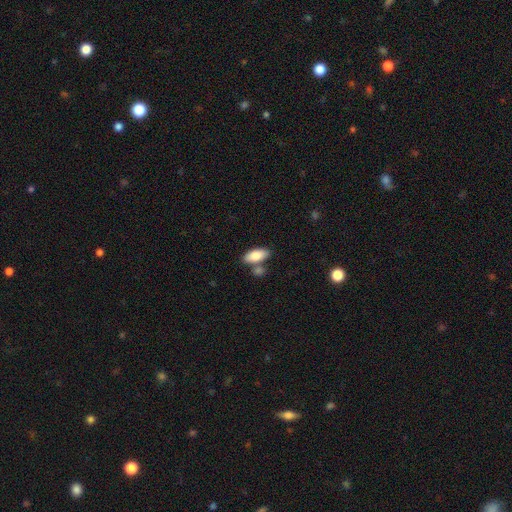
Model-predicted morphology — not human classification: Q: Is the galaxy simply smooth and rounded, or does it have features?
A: smooth — 81%.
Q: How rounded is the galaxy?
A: in between — 88%.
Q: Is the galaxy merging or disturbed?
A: none — 64%.